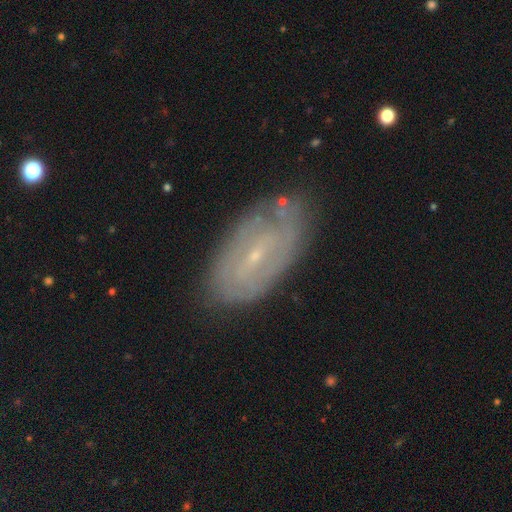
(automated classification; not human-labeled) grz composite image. It shows a featured or disk galaxy (72%) with a weak bar (50%), spiral arms (73%) and a small central bulge (84%). Merging: none (75%).